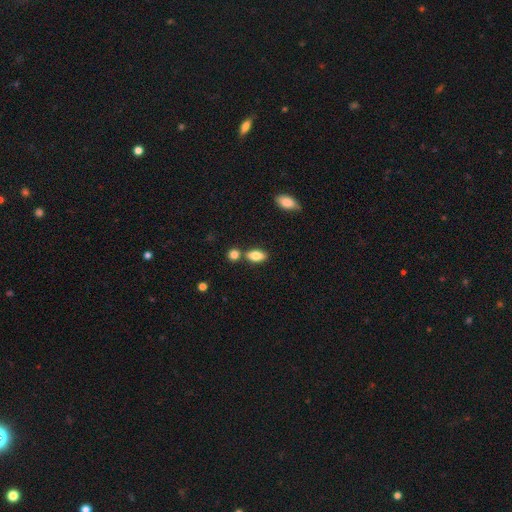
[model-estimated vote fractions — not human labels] smooth-or-featured: smooth: 80% | featured or disk: 13% | star or artifact: 8%
  how-rounded: in between: 86% | cigar-shaped: 9% | round: 5%
  merging: none: 70% | merger: 16% | minor disturbance: 11% | major disturbance: 3%